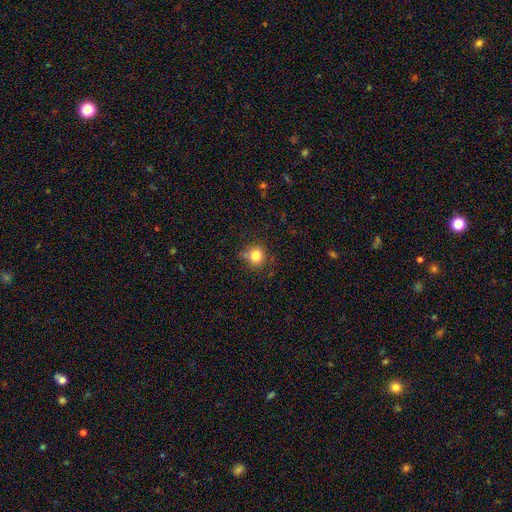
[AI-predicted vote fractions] smooth 81%, star or artifact 12%, featured or disk 7%. Down the decision tree: how rounded — round (91%); merging — none (76%).